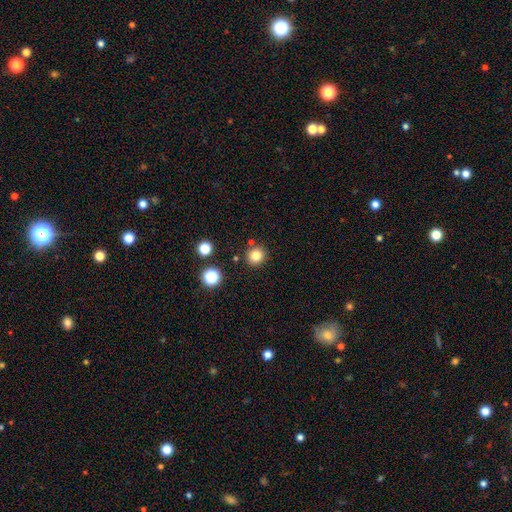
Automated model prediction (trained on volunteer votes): This is clearly a smooth galaxy (82%). How rounded: clearly round (89%). Merging: clearly none (86%).